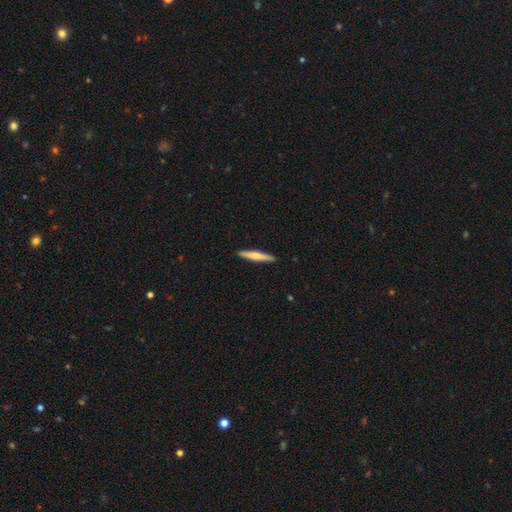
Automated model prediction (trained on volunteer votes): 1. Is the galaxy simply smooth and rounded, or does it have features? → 59% smooth, 36% featured or disk, 5% star or artifact.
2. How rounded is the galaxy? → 93% cigar-shaped, 6% in between, 1% round.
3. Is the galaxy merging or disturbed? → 91% none, 6% minor disturbance, 1% major disturbance, 1% merger.